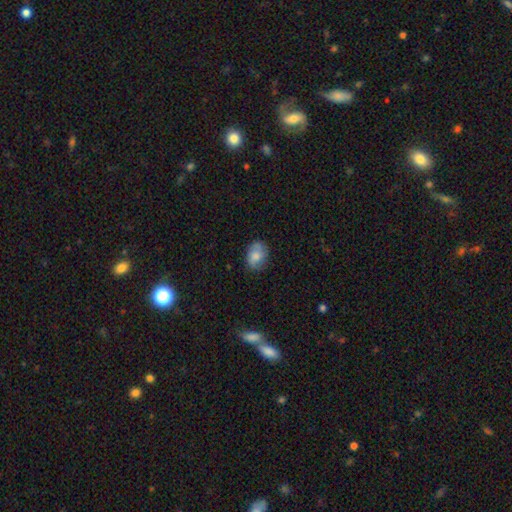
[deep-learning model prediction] The model was most divided on "how rounded": in between: 67%, round: 32%, cigar-shaped: 1%. More confident: merging — none (74%); smooth or featured — smooth (71%).